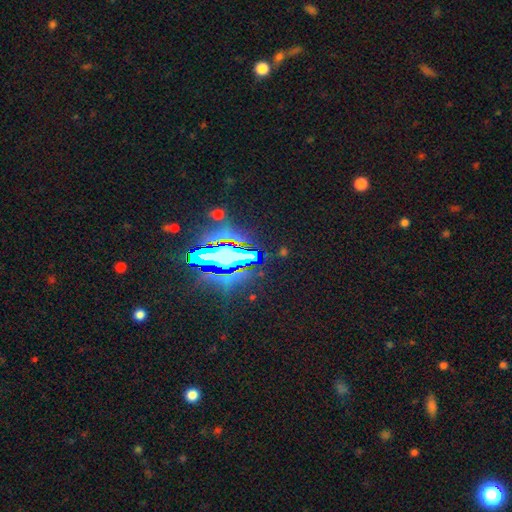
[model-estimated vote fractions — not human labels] star or artifact 72%, featured or disk 14%, smooth 14%.